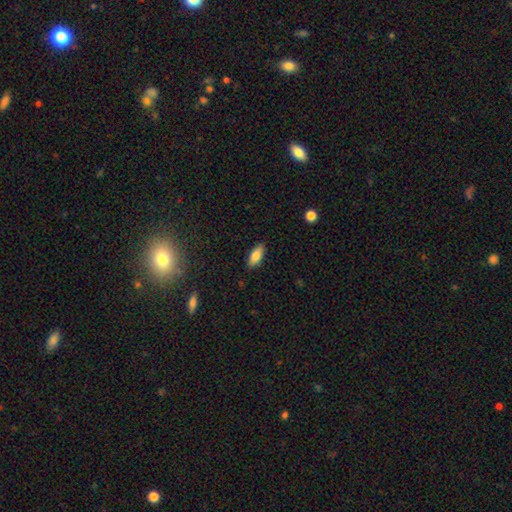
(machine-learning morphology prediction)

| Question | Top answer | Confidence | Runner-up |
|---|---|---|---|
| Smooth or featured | smooth | 80% | featured or disk (13%) |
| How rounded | in between | 81% | cigar-shaped (16%) |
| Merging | none | 88% | minor disturbance (9%) |